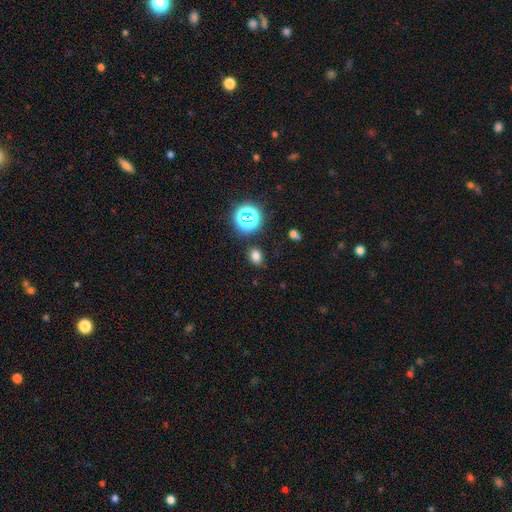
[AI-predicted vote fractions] This is likely a smooth galaxy (73%). How rounded: possibly in between (59%). Merging: clearly none (83%).